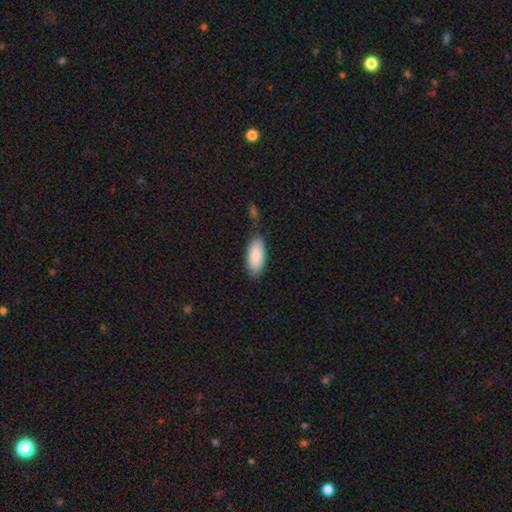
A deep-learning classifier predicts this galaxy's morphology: Q: Smooth or featured?
A: smooth (88%); runner-up: featured or disk (6%)
Q: How rounded?
A: in between (88%); runner-up: cigar-shaped (11%)
Q: Merging?
A: none (71%); runner-up: minor disturbance (19%)